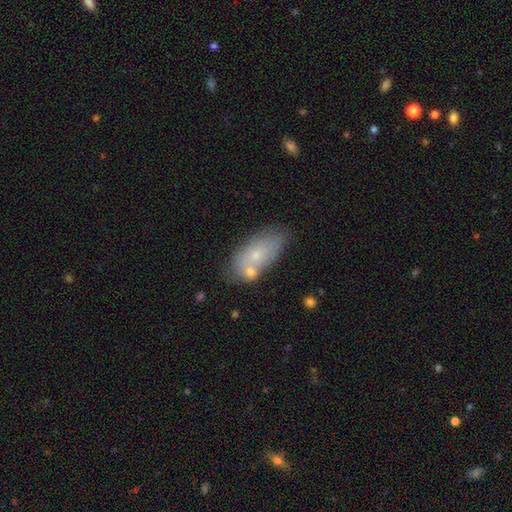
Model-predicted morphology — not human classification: smooth 64%, featured or disk 28%, star or artifact 9%. Down the decision tree: how rounded — in between (89%); merging — none (48%).